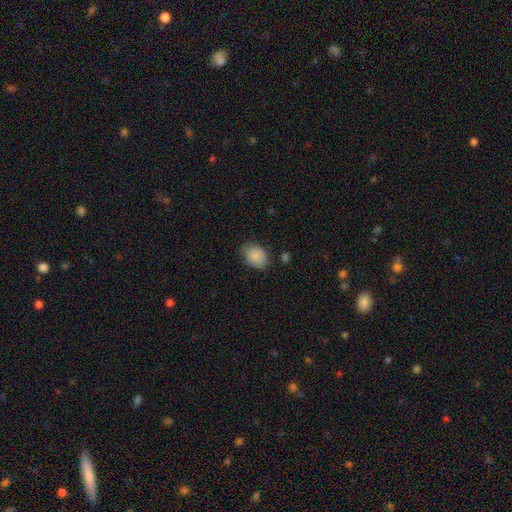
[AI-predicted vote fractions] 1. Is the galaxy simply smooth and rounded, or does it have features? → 87% smooth, 7% star or artifact, 5% featured or disk.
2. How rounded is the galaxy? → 62% in between, 37% round, 1% cigar-shaped.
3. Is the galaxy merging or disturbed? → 74% none, 19% minor disturbance, 4% major disturbance, 2% merger.